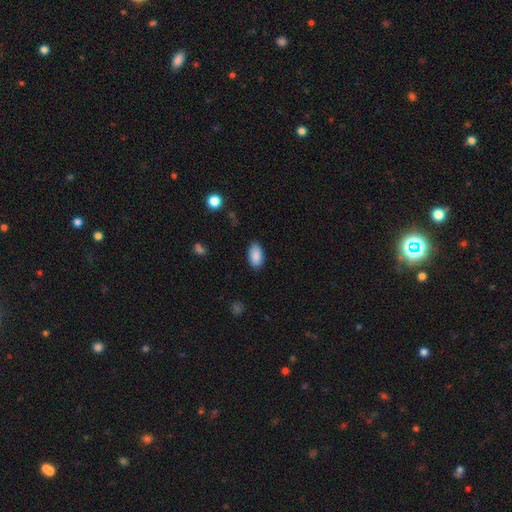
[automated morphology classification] This appears to be a smooth galaxy with no disk features (89%) that is in between round and cigar-shaped (95%). Merging: none (87%).